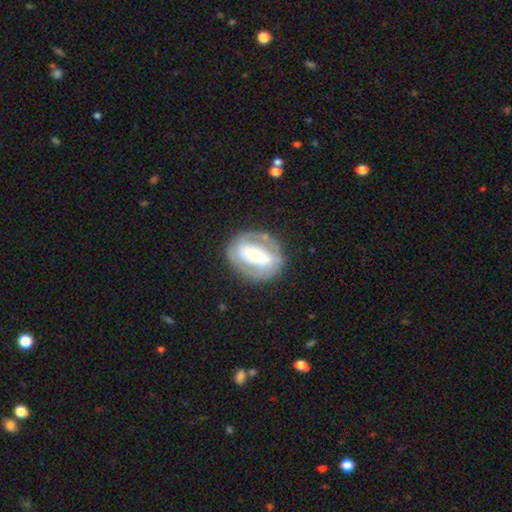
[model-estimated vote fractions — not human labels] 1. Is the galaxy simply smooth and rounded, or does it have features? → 64% featured or disk, 29% smooth, 6% star or artifact.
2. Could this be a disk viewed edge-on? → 93% no, 7% yes.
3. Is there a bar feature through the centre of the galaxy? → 55% strong, 24% weak, 22% no.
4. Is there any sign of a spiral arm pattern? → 55% no, 45% yes.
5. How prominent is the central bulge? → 38% small, 35% moderate, 18% large, 4% dominant, 4% none.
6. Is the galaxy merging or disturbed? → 73% none, 16% minor disturbance, 9% major disturbance, 2% merger.